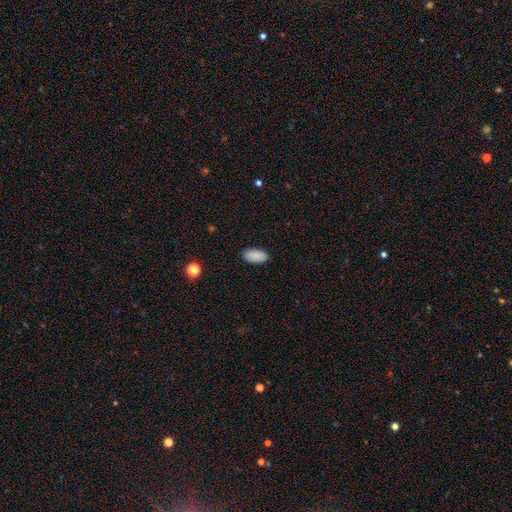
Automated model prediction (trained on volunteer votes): smooth 89%, star or artifact 7%, featured or disk 4%. Down the decision tree: how rounded — in between (95%); merging — none (87%).